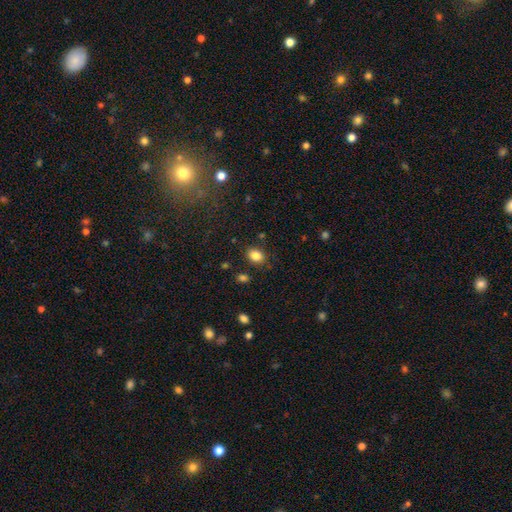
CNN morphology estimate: Smooth or featured: smooth — 85% (star or artifact — 10%)
How rounded: in between — 68% (round — 31%)
Merging: none — 83% (minor disturbance — 11%)